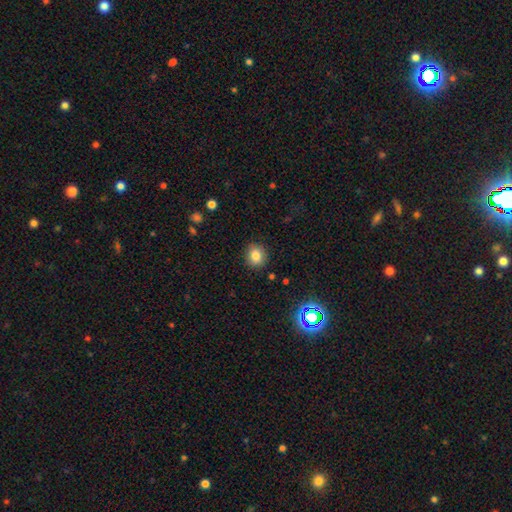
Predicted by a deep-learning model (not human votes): A smooth galaxy with no disk features (81%) that is round (74%). Merging: none (89%).